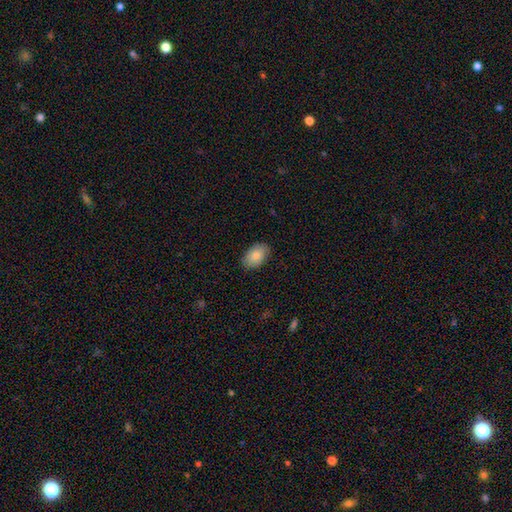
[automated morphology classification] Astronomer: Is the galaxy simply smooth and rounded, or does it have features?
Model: smooth — 84%.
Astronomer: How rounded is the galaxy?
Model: in between — 91%.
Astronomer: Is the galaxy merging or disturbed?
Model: none — 87%.